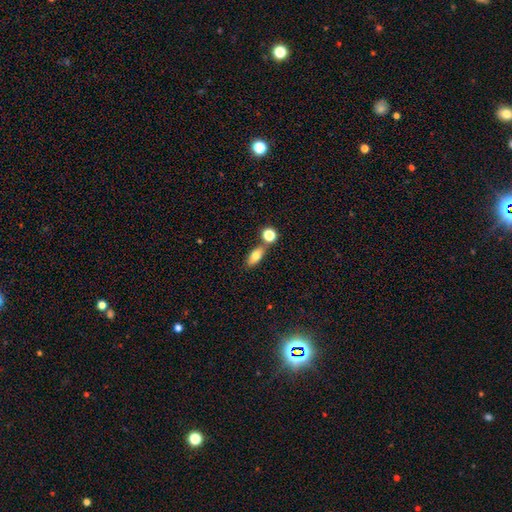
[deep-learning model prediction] The model was most divided on "merging": none: 66%, merger: 19%, minor disturbance: 11%, major disturbance: 3%. More confident: how rounded — in between (80%); smooth or featured — smooth (77%).